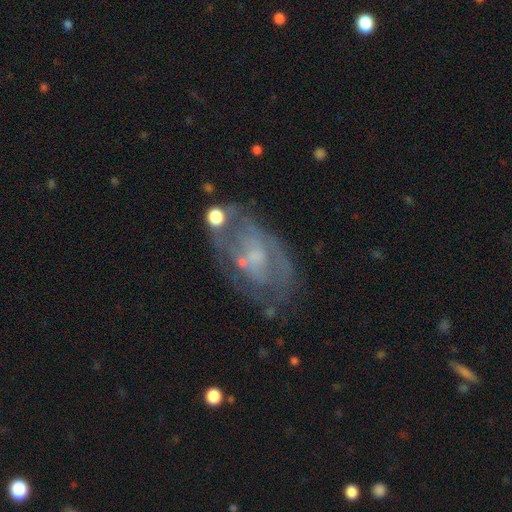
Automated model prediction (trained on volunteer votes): Smooth or featured? featured or disk (72%)
Edge-on disk? no (95%)
Bar? no (68%)
Spiral arms? yes (53%)
Bulge size? small (47%)
Merging? none (53%)